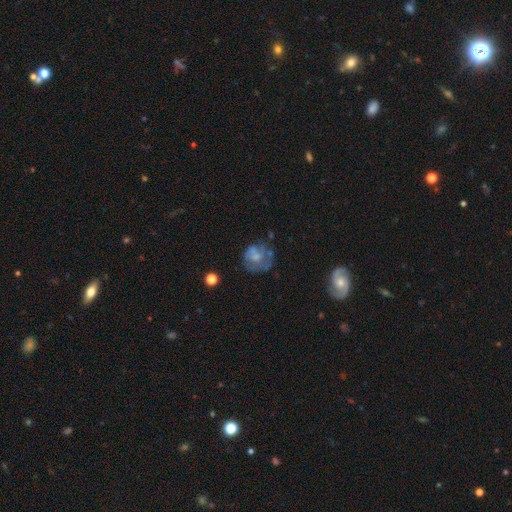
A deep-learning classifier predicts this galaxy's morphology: This appears to be a featured or disk galaxy (46%). Merging: none (48%).